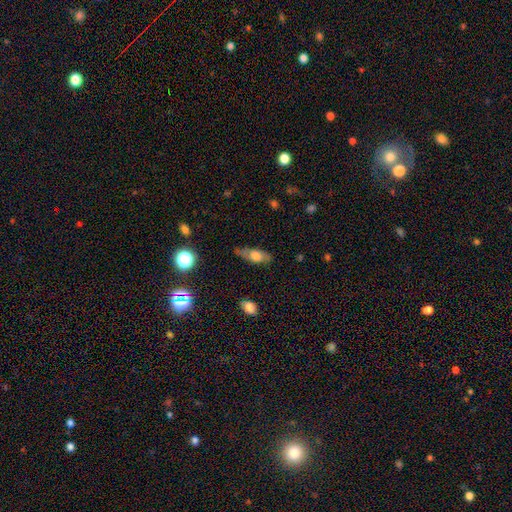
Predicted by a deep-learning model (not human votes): A smooth galaxy with no disk features (58%) that is in between round and cigar-shaped (71%). Merging: none (68%).